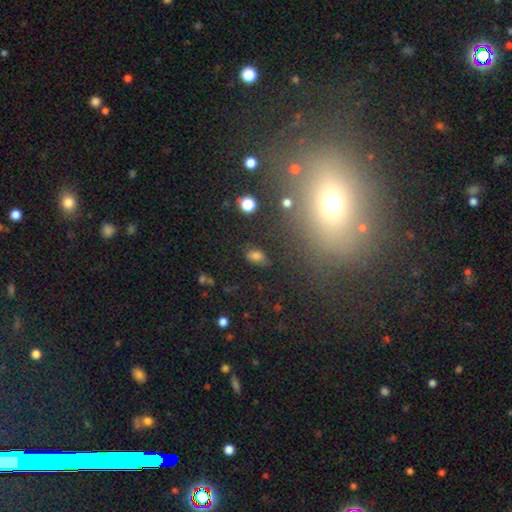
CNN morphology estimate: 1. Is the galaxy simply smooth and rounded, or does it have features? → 77% smooth, 15% star or artifact, 8% featured or disk.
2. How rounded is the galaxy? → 86% in between, 11% round, 2% cigar-shaped.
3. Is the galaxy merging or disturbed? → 75% none, 16% minor disturbance, 6% major disturbance, 3% merger.